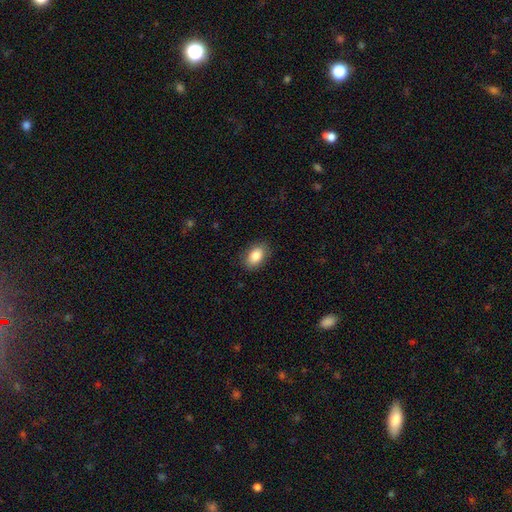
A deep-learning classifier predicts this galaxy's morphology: A smooth galaxy with no disk features (86%) that is in between round and cigar-shaped (88%).

Vote fractions:
- Smooth or featured? smooth: 86% / star or artifact: 7% / featured or disk: 7%
- How rounded? in between: 88% / round: 10% / cigar-shaped: 1%
- Merging? none: 86% / minor disturbance: 11% / major disturbance: 3% / merger: 1%